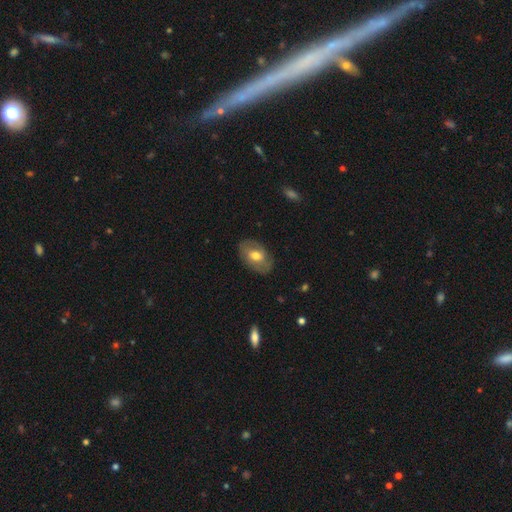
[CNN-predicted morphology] A smooth galaxy with no disk features (51%) that is in between round and cigar-shaped (85%).

Vote fractions:
- Smooth or featured? smooth: 51% / featured or disk: 42% / star or artifact: 7%
- How rounded? in between: 85% / round: 14% / cigar-shaped: 1%
- Merging? none: 81% / minor disturbance: 14% / major disturbance: 4% / merger: 1%